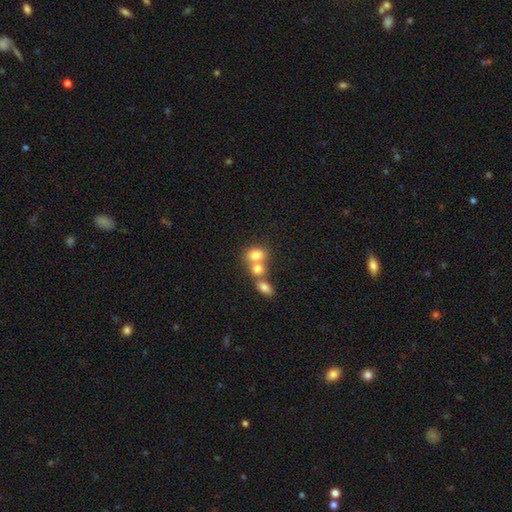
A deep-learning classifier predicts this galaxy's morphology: A smooth galaxy with no disk features (77%) that is round (50%). Merging: merger (57%).